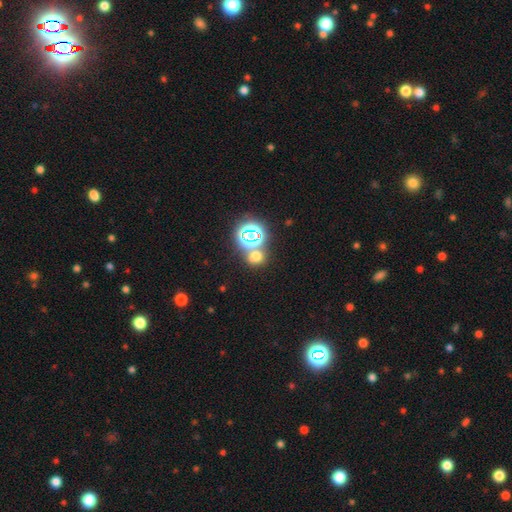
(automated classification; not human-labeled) Smooth or featured? Predicted: smooth (p=0.52). How rounded? Predicted: round (p=0.74). Merging? Predicted: none (p=0.60).